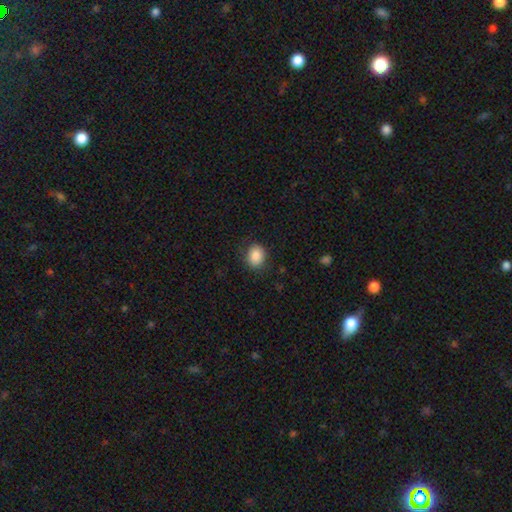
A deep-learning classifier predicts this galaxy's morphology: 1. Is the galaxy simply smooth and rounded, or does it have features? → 86% smooth, 9% star or artifact, 5% featured or disk.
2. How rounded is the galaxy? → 60% round, 39% in between, 1% cigar-shaped.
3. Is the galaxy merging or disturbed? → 83% none, 12% minor disturbance, 4% major disturbance, 1% merger.